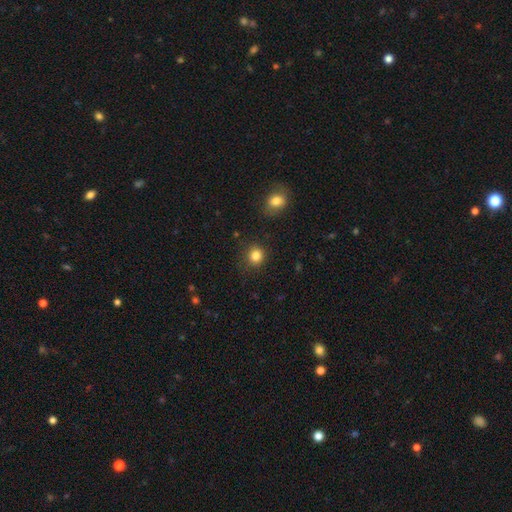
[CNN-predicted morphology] smooth-or-featured: smooth: 84% | star or artifact: 12% | featured or disk: 4%
  how-rounded: round: 87% | in between: 13% | cigar-shaped: 1%
  merging: none: 88% | minor disturbance: 8% | major disturbance: 3% | merger: 2%